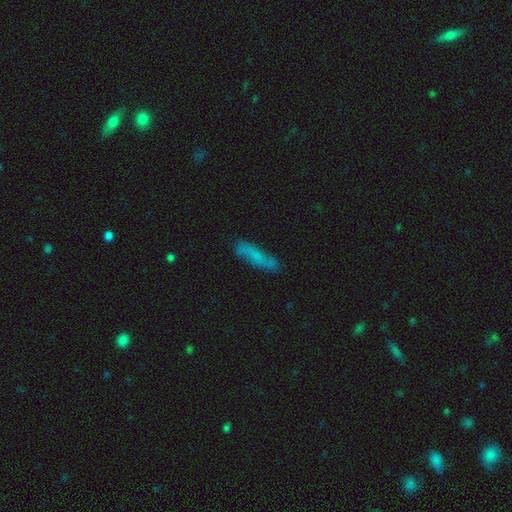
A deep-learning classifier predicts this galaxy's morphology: Overall: smooth (57%; featured or disk 33%). How rounded: cigar-shaped (74%). Merging: none (75%).